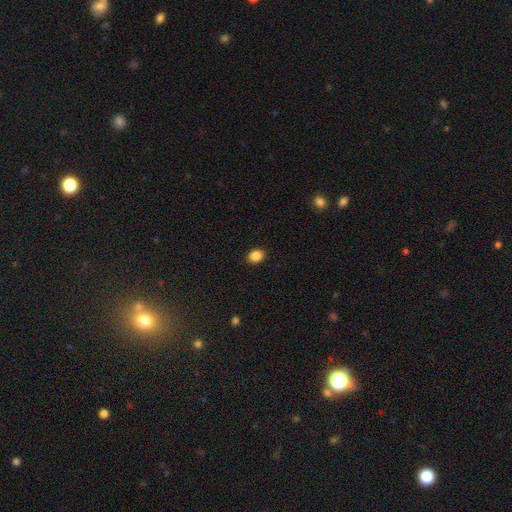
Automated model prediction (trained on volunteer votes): A smooth galaxy with no disk features (87%) that is round (51%).

Vote fractions:
- Smooth or featured? smooth: 87% / star or artifact: 10% / featured or disk: 3%
- How rounded? round: 51% / in between: 48% / cigar-shaped: 1%
- Merging? none: 91% / minor disturbance: 6% / major disturbance: 2% / merger: 1%